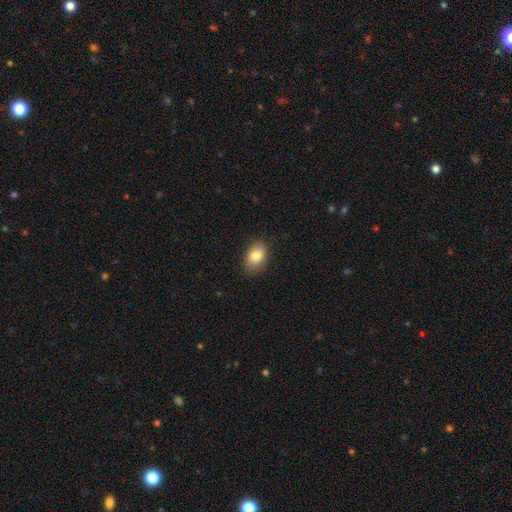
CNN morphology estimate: The model was most divided on "how rounded": in between: 84%, round: 15%, cigar-shaped: 1%. More confident: merging — none (83%); smooth or featured — smooth (82%).